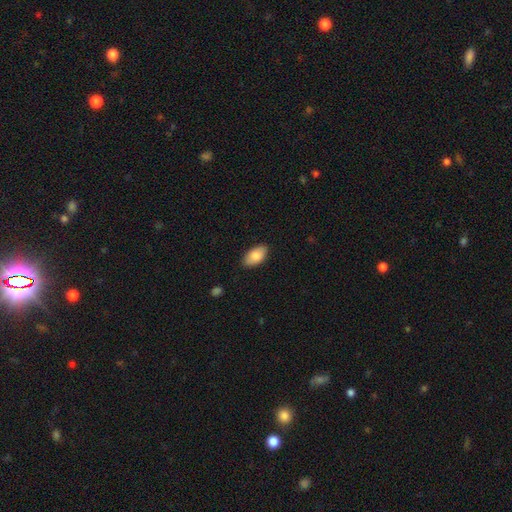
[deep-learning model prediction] Morphology: type=smooth (85%); roundness=in between (94%); merging=none (85%).